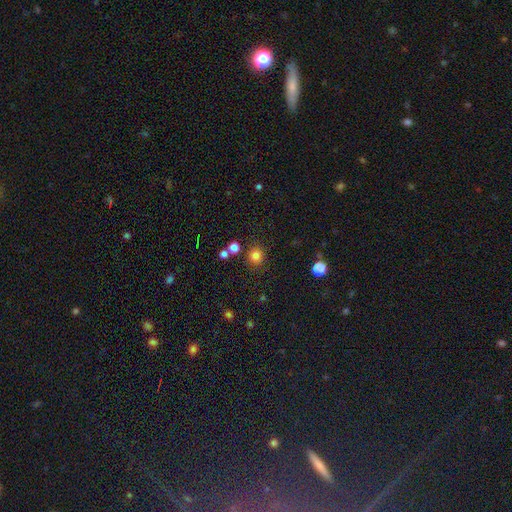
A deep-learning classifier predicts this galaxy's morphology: A smooth galaxy with no disk features (81%) that is round (88%). Merging: none (83%).